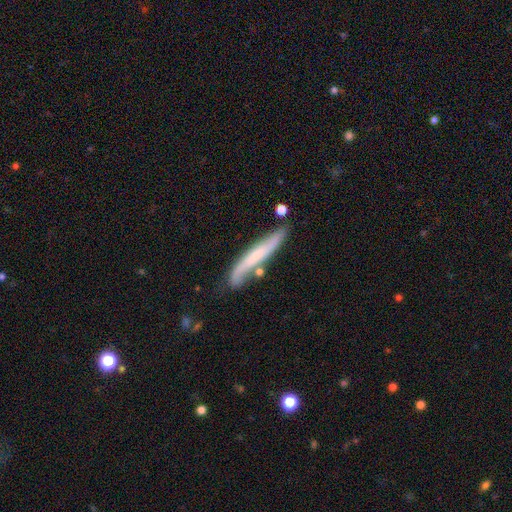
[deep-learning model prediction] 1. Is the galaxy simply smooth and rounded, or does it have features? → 48% featured or disk, 46% smooth, 6% star or artifact.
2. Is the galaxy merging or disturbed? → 61% none, 22% minor disturbance, 10% merger, 7% major disturbance.